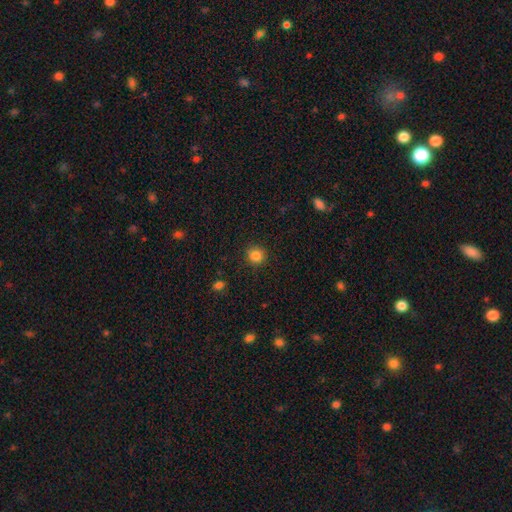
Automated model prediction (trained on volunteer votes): Smooth or featured?
  - smooth: 84% *
  - star or artifact: 11%
  - featured or disk: 4%
How rounded?
  - round: 92% *
  - in between: 7%
  - cigar-shaped: 1%
Merging?
  - none: 90% *
  - minor disturbance: 7%
  - major disturbance: 2%
  - merger: 1%